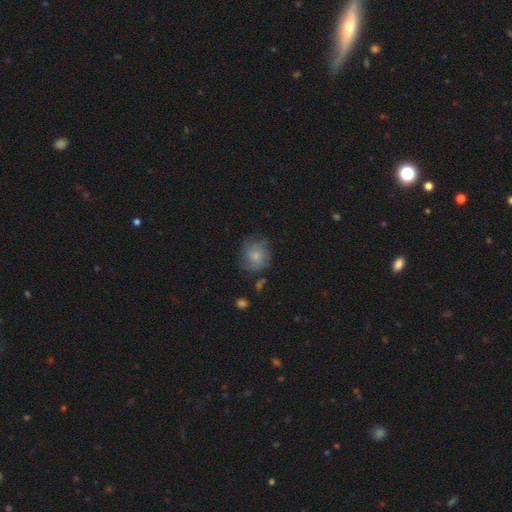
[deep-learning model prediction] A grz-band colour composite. It shows a smooth galaxy with no disk features (48%). Merging: none (62%).